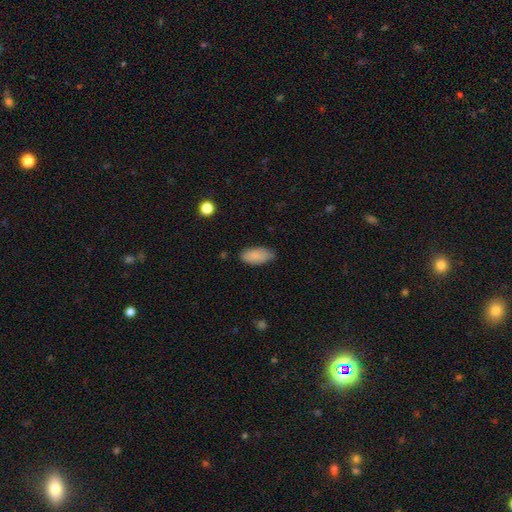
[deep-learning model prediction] Q: Smooth or featured?
A: smooth (88%); runner-up: star or artifact (7%)
Q: How rounded?
A: in between (93%); runner-up: cigar-shaped (5%)
Q: Merging?
A: none (74%); runner-up: minor disturbance (21%)